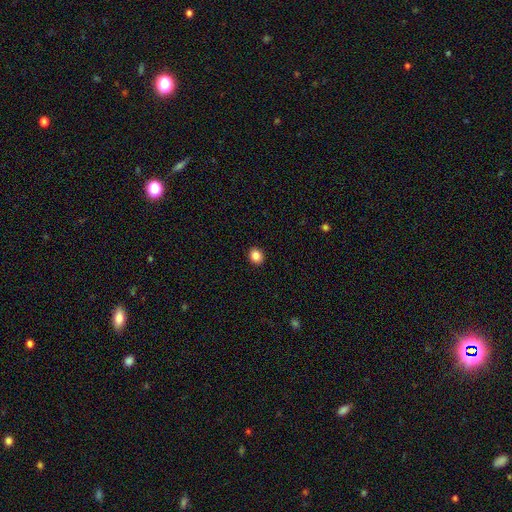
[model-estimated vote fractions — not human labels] Smooth or featured? smooth (86%)
How rounded? round (69%)
Merging? none (92%)